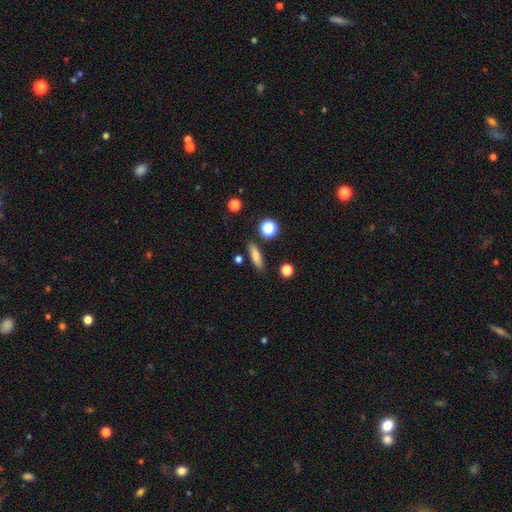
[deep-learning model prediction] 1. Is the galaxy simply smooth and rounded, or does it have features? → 78% smooth, 12% featured or disk, 10% star or artifact.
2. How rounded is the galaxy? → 57% cigar-shaped, 36% in between, 7% round.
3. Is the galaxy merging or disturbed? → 84% none, 10% minor disturbance, 3% merger, 3% major disturbance.